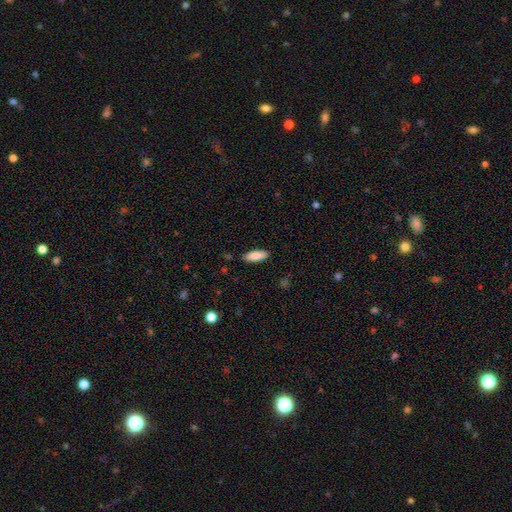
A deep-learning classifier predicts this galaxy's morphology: A smooth galaxy with no disk features (88%) that is in between round and cigar-shaped (64%).

Vote fractions:
- Smooth or featured? smooth: 88% / star or artifact: 6% / featured or disk: 6%
- How rounded? in between: 64% / cigar-shaped: 34% / round: 2%
- Merging? none: 88% / minor disturbance: 9% / major disturbance: 2% / merger: 1%